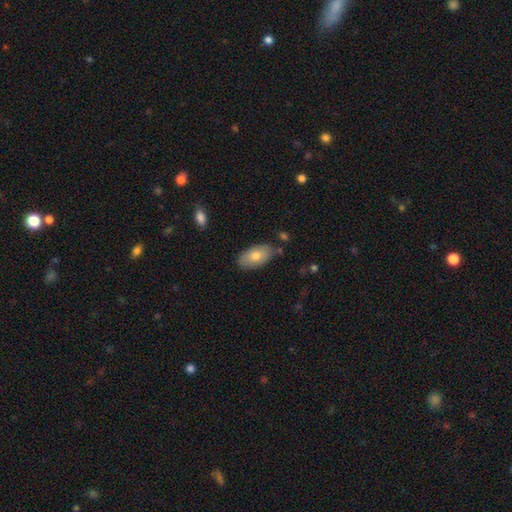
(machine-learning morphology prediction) The model was most divided on "smooth or featured": smooth: 76%, featured or disk: 18%, star or artifact: 6%. More confident: how rounded — in between (94%); merging — none (79%).